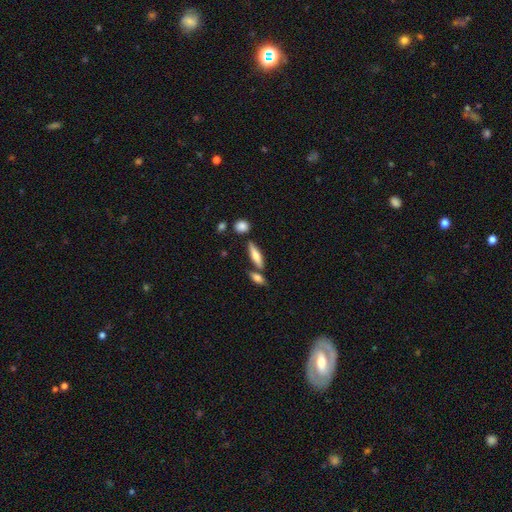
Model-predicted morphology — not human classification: The model was most divided on "smooth or featured": smooth: 57%, featured or disk: 37%, star or artifact: 7%. More confident: merging — none (69%); how rounded — cigar-shaped (65%).